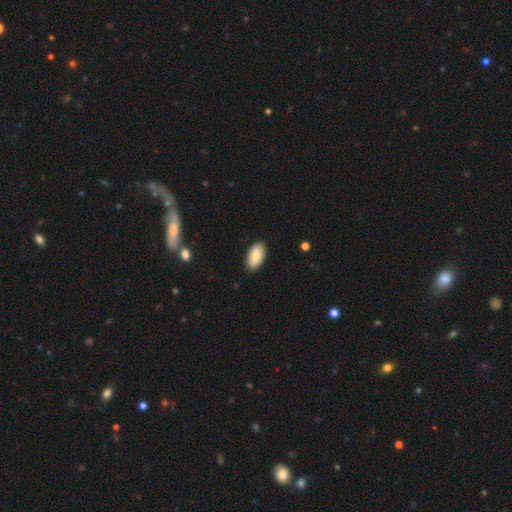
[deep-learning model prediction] Smooth or featured? smooth (83%)
How rounded? in between (94%)
Merging? none (87%)